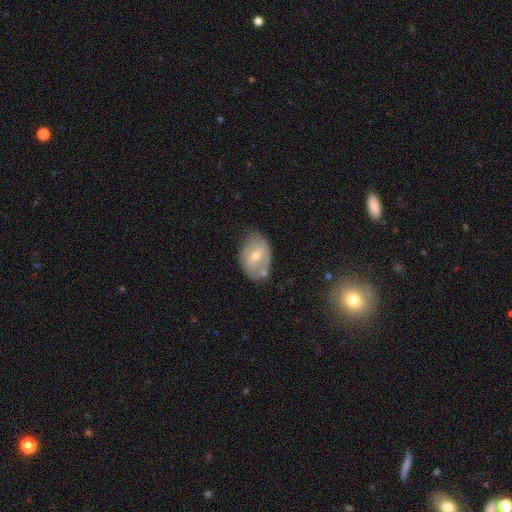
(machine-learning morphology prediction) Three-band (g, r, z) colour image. It shows a featured or disk galaxy (47%). Merging: none (57%).